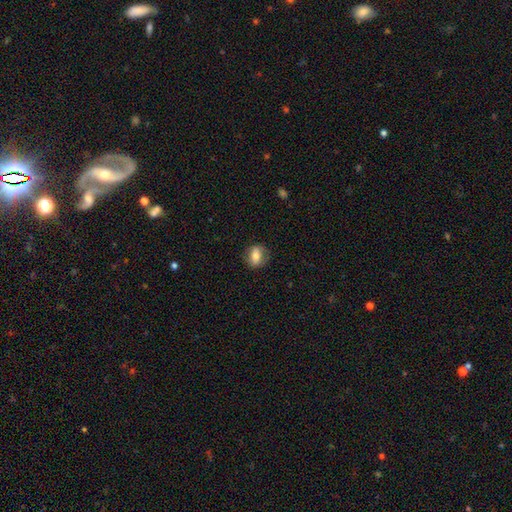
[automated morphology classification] Smooth or featured?
  - smooth: 66% *
  - featured or disk: 26%
  - star or artifact: 8%
How rounded?
  - in between: 59% *
  - round: 38%
  - cigar-shaped: 3%
Merging?
  - none: 80% *
  - minor disturbance: 14%
  - major disturbance: 5%
  - merger: 1%